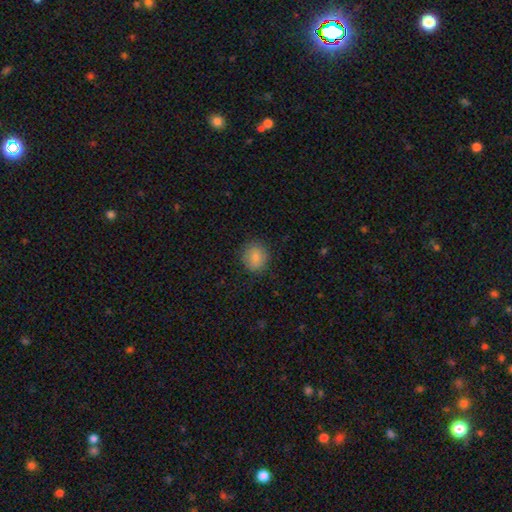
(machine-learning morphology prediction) smooth 80%, featured or disk 10%, star or artifact 10%. Down the decision tree: how rounded — round (81%); merging — none (86%).